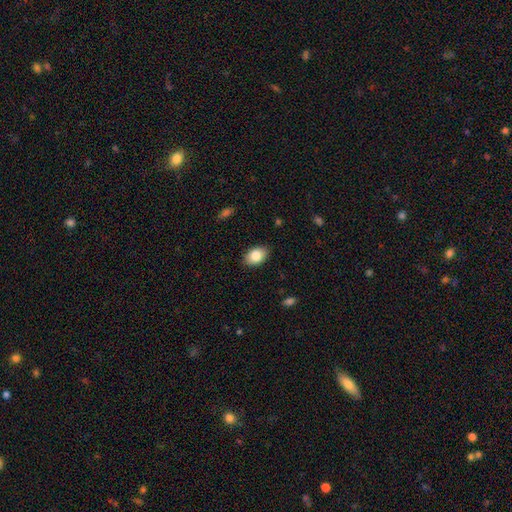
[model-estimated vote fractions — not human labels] The model was most divided on "how rounded": in between: 87%, round: 12%, cigar-shaped: 1%. More confident: merging — none (87%); smooth or featured — smooth (84%).